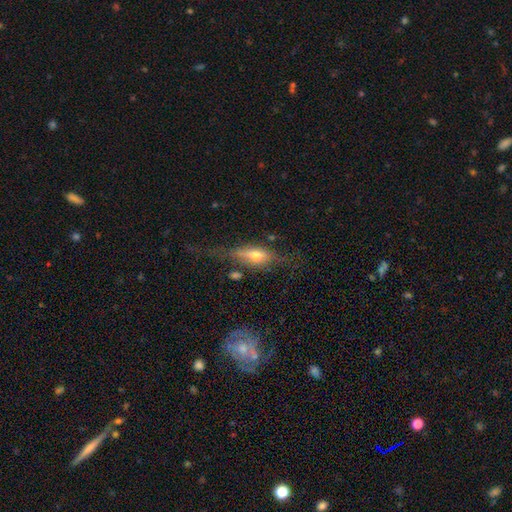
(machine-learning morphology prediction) featured or disk 51%, smooth 39%, star or artifact 9%. Down the decision tree: edge-on disk — yes (78%); merging — none (52%).